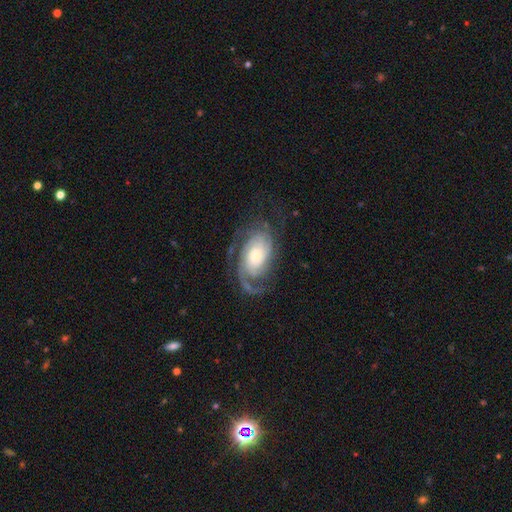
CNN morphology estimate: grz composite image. It shows a featured or disk galaxy (88%) with no bar (70%), 2 (40%) tight (56%) spiral arms (97%) and a moderate central bulge (50%). Merging: none (68%).